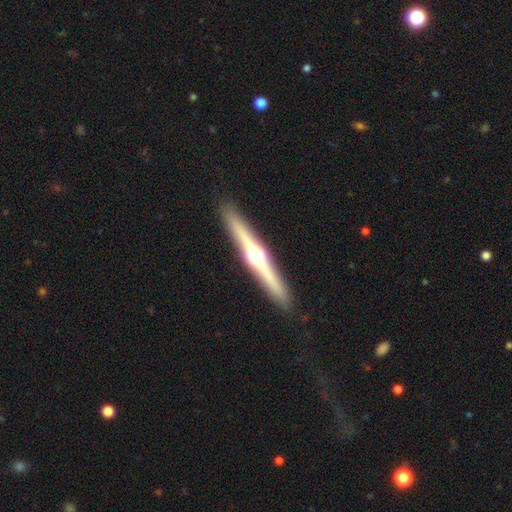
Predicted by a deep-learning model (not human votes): featured or disk 74%, smooth 21%, star or artifact 6%. Down the decision tree: edge-on disk — yes (98%); edge-on bulge — rounded (95%); merging — none (91%).